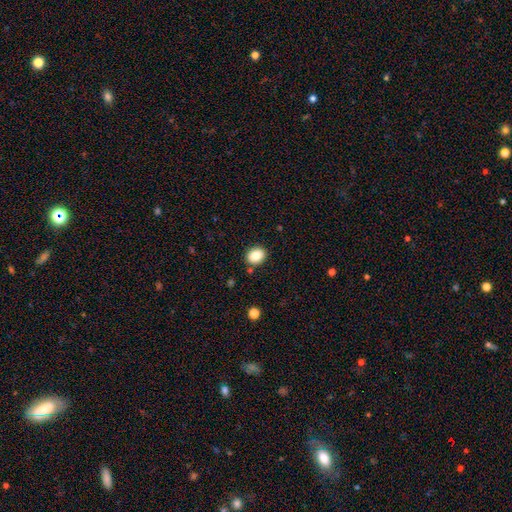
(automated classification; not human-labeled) smooth_or_featured: smooth (p=0.85) [alt: star or artifact p=0.09]
how_rounded: in between (p=0.58) [alt: round p=0.41]
merging: none (p=0.86) [alt: minor disturbance p=0.09]